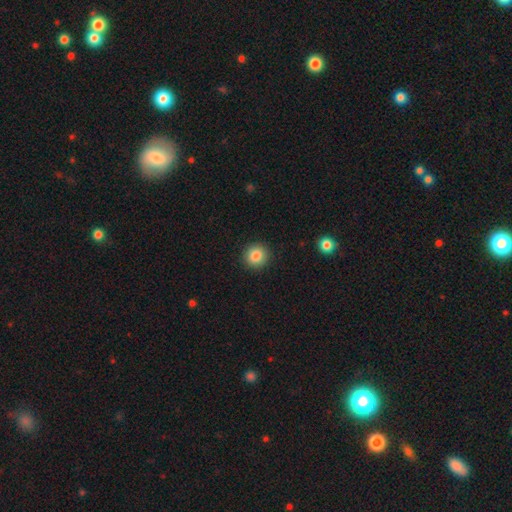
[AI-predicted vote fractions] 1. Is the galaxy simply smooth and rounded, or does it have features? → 85% smooth, 10% star or artifact, 5% featured or disk.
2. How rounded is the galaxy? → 94% round, 5% in between, 1% cigar-shaped.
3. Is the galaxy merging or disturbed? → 92% none, 5% minor disturbance, 2% major disturbance, 1% merger.